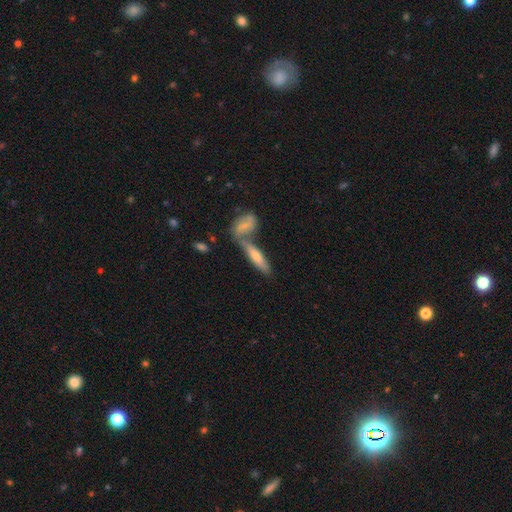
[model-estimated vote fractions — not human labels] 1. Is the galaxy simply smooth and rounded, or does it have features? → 48% smooth, 44% featured or disk, 8% star or artifact.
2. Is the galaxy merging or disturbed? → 45% none, 41% merger, 10% minor disturbance, 4% major disturbance.